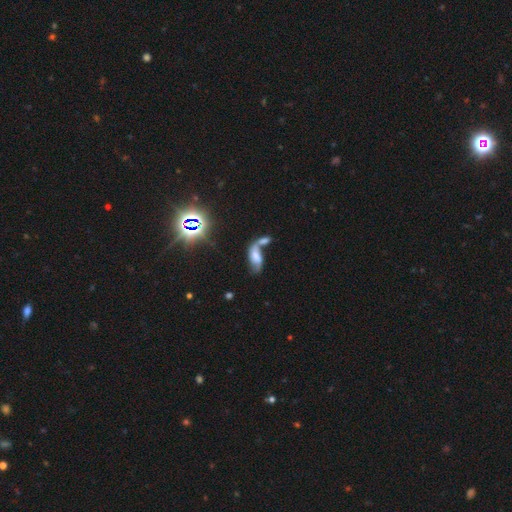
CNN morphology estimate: smooth-or-featured: smooth: 43% | featured or disk: 39% | star or artifact: 18%
  merging: merger: 58% | none: 18% | major disturbance: 13% | minor disturbance: 11%